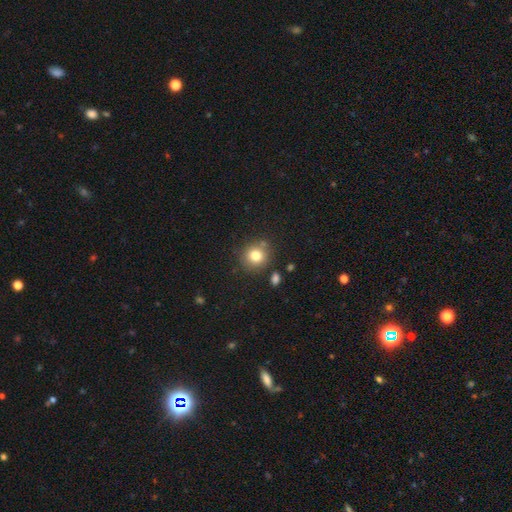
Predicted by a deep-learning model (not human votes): smooth_or_featured: smooth (p=0.79) [alt: star or artifact p=0.12]
how_rounded: round (p=0.88) [alt: in between p=0.11]
merging: none (p=0.79) [alt: minor disturbance p=0.11]